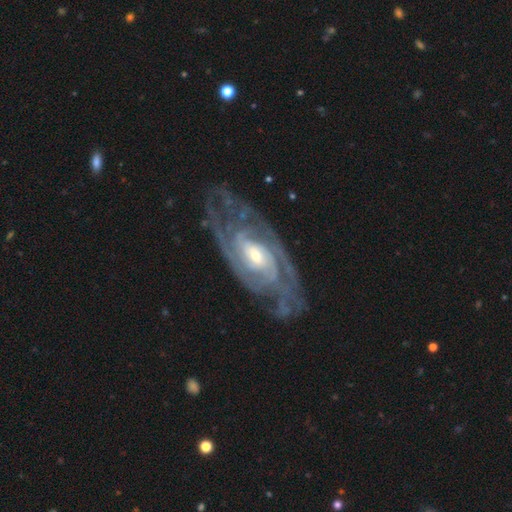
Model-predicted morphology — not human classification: featured or disk 91%, star or artifact 5%, smooth 4%. Down the decision tree: edge-on disk — no (95%); bar — no (47%); spiral arms — yes (98%); spiral arm count — 2 (31%); spiral winding — tight (68%); bulge size — small (57%); merging — none (69%).